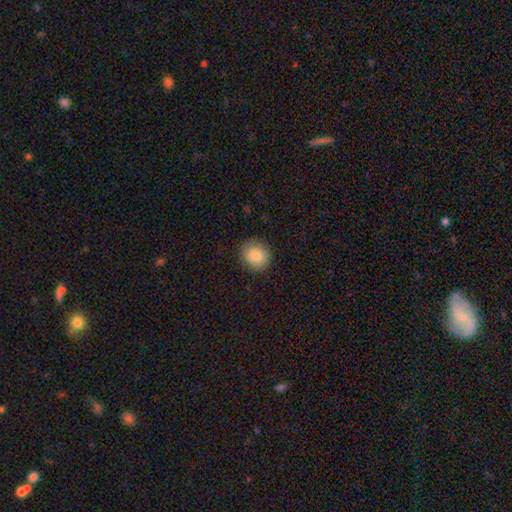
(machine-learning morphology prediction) type=smooth (87%); roundness=round (82%); merging=none (87%).